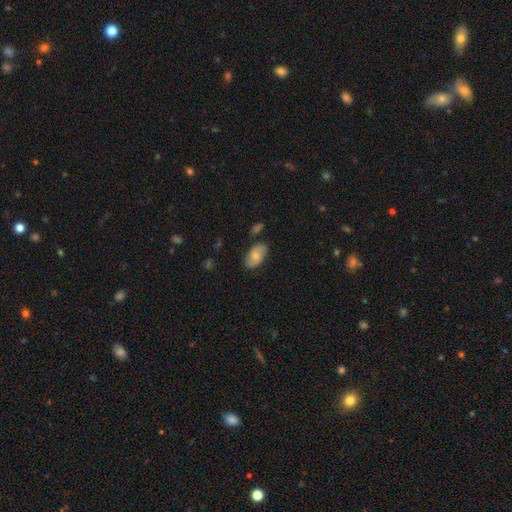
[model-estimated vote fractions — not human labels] A smooth galaxy with no disk features (62%) that is in between round and cigar-shaped (93%). Merging: none (77%).